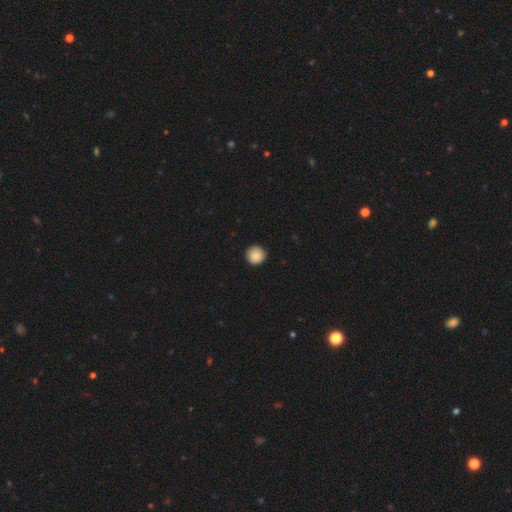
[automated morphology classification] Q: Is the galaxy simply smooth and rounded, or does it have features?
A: smooth — 88%.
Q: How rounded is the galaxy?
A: round — 95%.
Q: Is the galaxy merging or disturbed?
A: none — 91%.